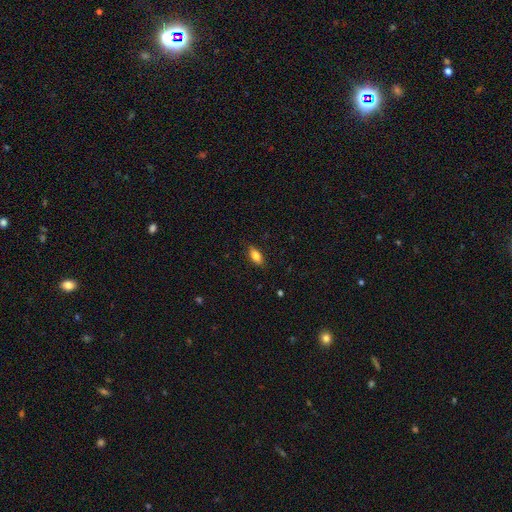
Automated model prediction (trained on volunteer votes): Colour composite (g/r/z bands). It shows a smooth galaxy with no disk features (78%) that is in between round and cigar-shaped (82%). Merging: none (85%).